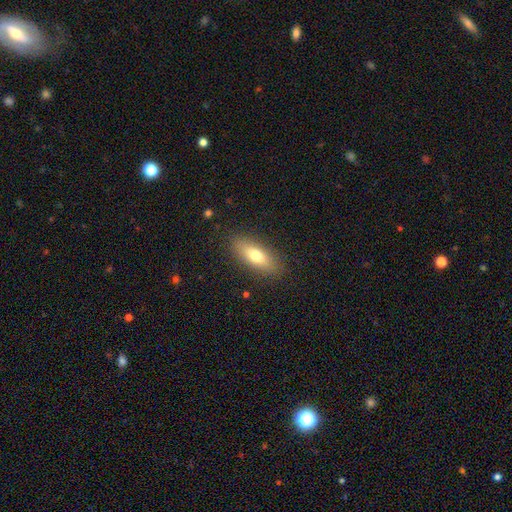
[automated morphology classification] smooth_or_featured: smooth (p=0.71) [alt: featured or disk p=0.21]
how_rounded: in between (p=0.70) [alt: cigar-shaped p=0.27]
merging: none (p=0.86) [alt: minor disturbance p=0.10]